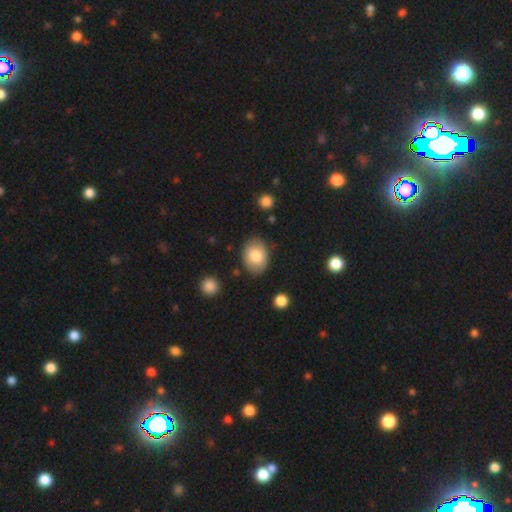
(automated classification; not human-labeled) Smooth or featured? smooth (81%)
How rounded? in between (76%)
Merging? none (82%)